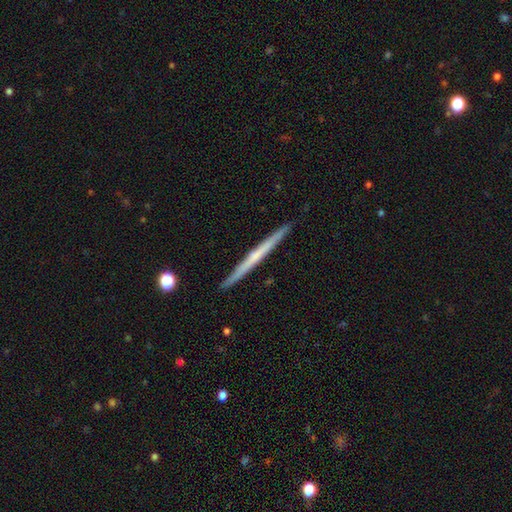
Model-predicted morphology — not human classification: Smooth or featured: featured or disk — 58% (smooth — 36%)
Edge-on disk: yes — 98% (no — 2%)
Edge-on bulge: none — 79% (rounded — 17%)
Merging: none — 92% (minor disturbance — 5%)